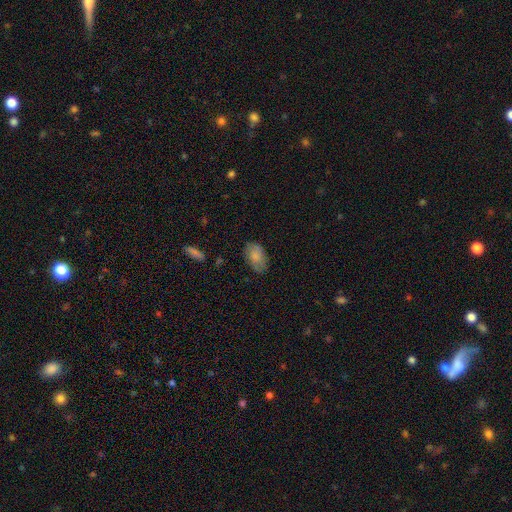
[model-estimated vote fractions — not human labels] smooth 78%, featured or disk 14%, star or artifact 8%. Down the decision tree: how rounded — in between (91%); merging — none (73%).